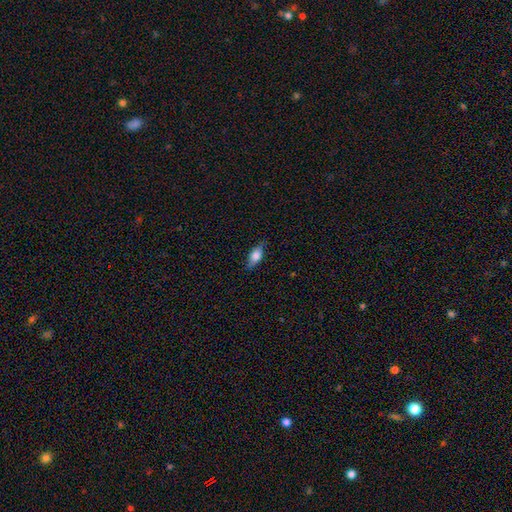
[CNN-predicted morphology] type=smooth (68%); roundness=in between (75%); merging=none (80%).